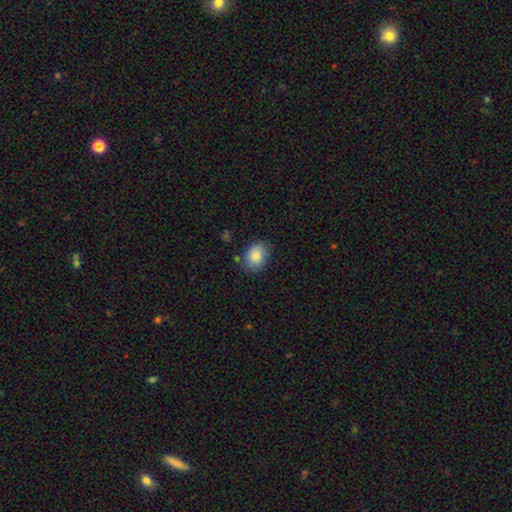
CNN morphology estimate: Smooth or featured? smooth (85%)
How rounded? in between (55%)
Merging? none (75%)